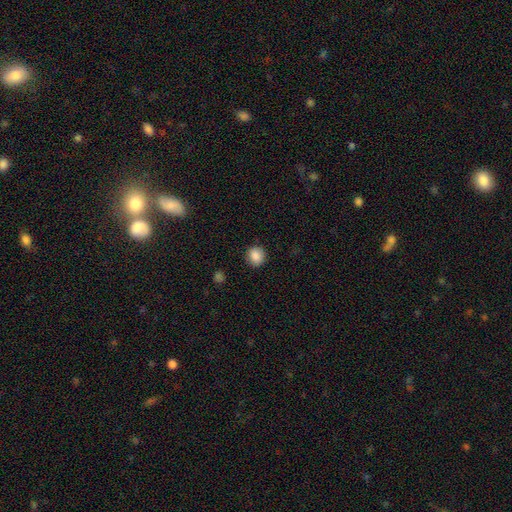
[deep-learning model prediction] Smooth or featured: smooth — 88% (star or artifact — 9%)
How rounded: round — 83% (in between — 16%)
Merging: none — 88% (minor disturbance — 8%)